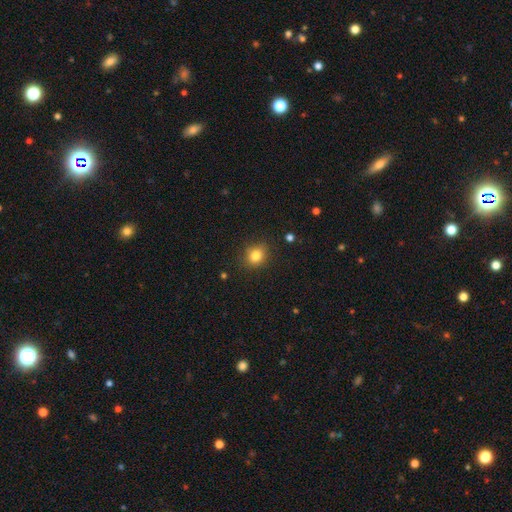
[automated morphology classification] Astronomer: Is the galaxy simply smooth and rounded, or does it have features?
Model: smooth — 82%.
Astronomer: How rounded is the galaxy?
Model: round — 66%.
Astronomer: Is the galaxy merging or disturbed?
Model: none — 84%.